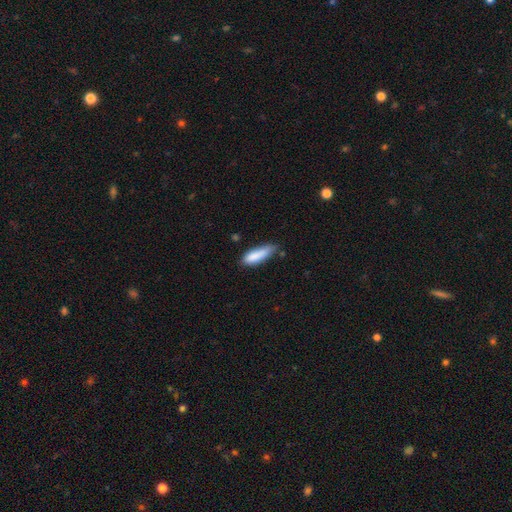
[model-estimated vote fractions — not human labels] Smooth or featured? smooth (85%)
How rounded? in between (50%)
Merging? none (53%)